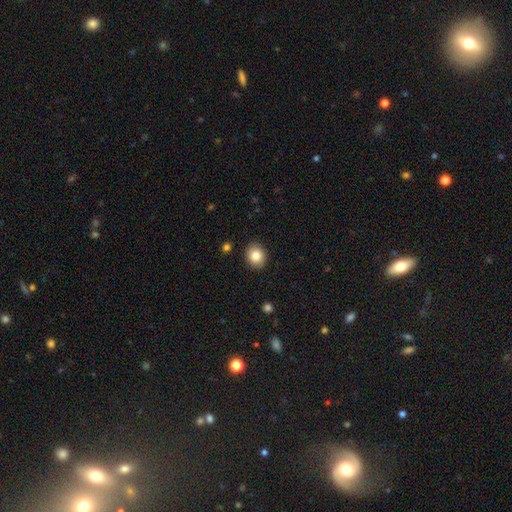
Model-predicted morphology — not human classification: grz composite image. It shows a smooth galaxy with no disk features (84%) that is round (60%). Merging: none (90%).